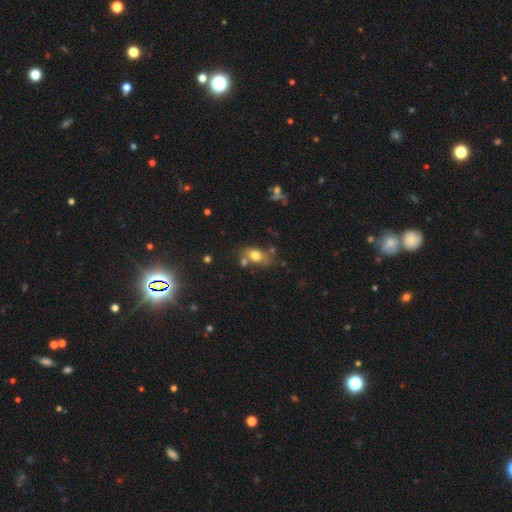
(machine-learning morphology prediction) Smooth or featured: smooth — 74% (featured or disk — 16%)
How rounded: in between — 80% (round — 14%)
Merging: none — 59% (merger — 19%)